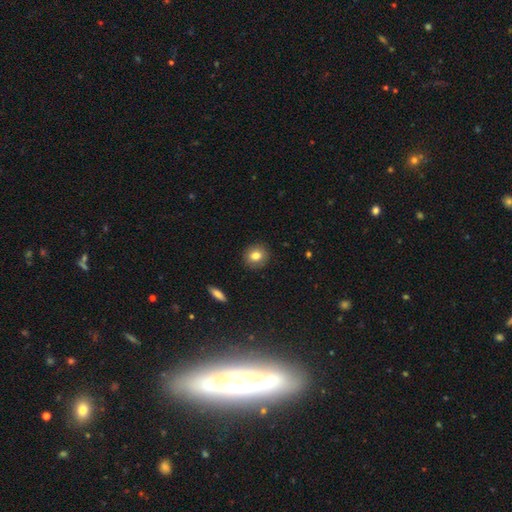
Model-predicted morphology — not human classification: Smooth or featured? smooth (81%)
How rounded? round (83%)
Merging? none (90%)